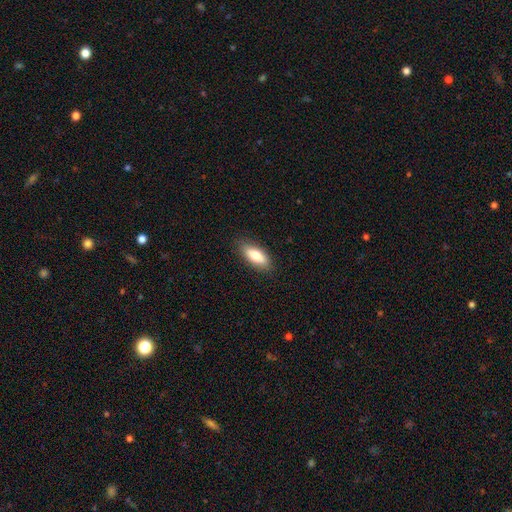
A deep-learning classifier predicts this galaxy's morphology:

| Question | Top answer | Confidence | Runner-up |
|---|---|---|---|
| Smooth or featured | smooth | 78% | featured or disk (15%) |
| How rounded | in between | 80% | cigar-shaped (18%) |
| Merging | none | 86% | minor disturbance (11%) |